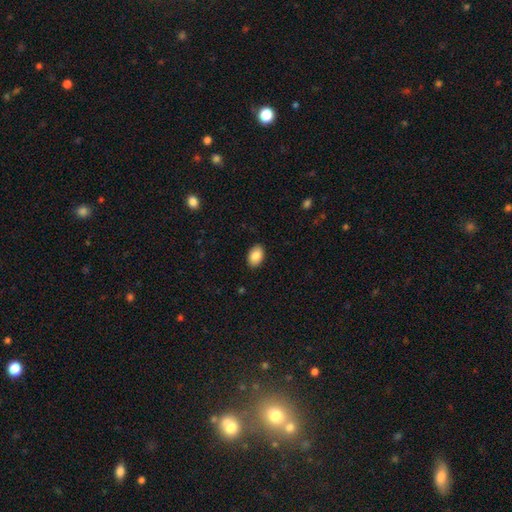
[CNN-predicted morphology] This is clearly a smooth galaxy (87%). How rounded: clearly in between (87%). Merging: clearly none (89%).